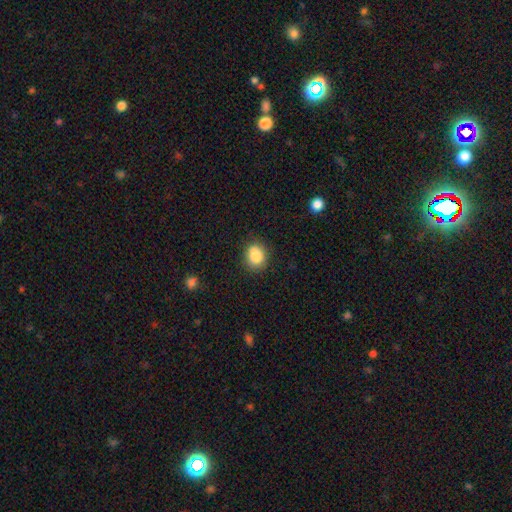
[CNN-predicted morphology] This is clearly a smooth galaxy (85%). How rounded: possibly round (55%). Merging: likely none (75%).